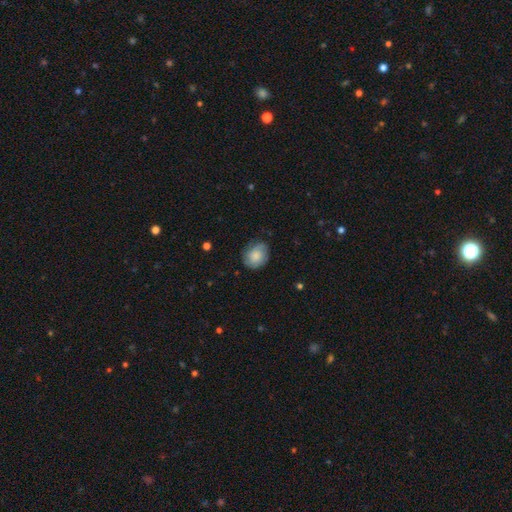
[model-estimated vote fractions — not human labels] smooth-or-featured: smooth: 72% | featured or disk: 21% | star or artifact: 7%
  how-rounded: round: 53% | in between: 46% | cigar-shaped: 1%
  merging: none: 70% | minor disturbance: 23% | major disturbance: 6% | merger: 1%